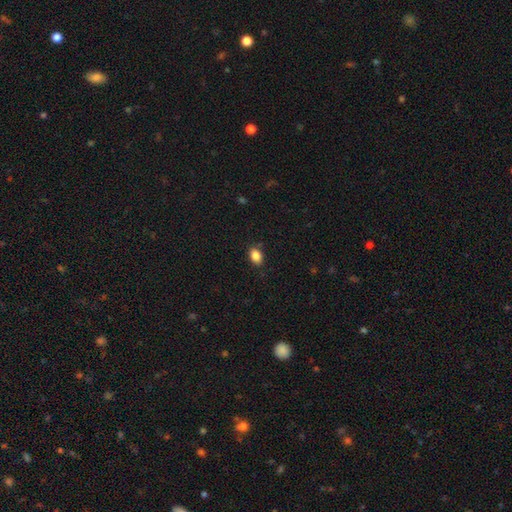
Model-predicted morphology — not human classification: Smooth or featured? smooth (86%)
How rounded? in between (80%)
Merging? none (85%)